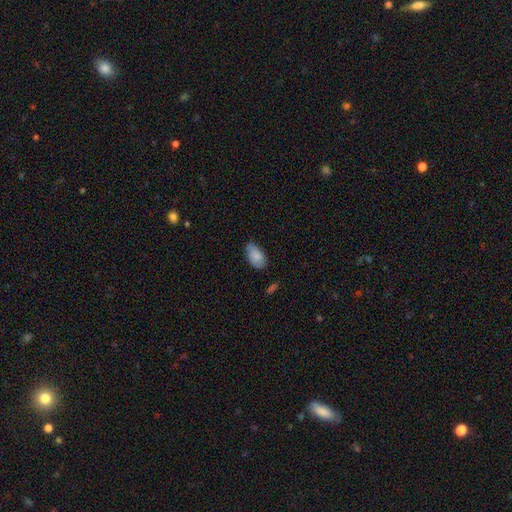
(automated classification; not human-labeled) Smooth or featured? Predicted: smooth (p=0.80). How rounded? Predicted: in between (p=0.93). Merging? Predicted: none (p=0.61).